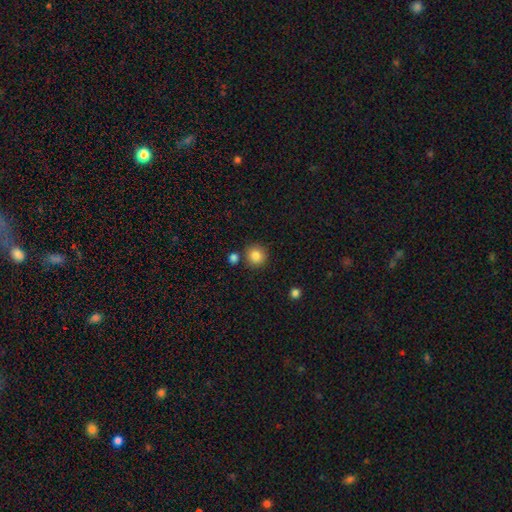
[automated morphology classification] Overall: smooth (85%). How rounded: round (92%). Merging: none (81%).